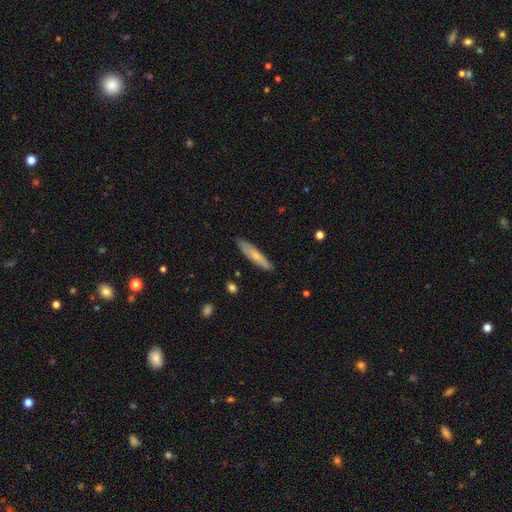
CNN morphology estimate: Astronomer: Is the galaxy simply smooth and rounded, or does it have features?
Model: smooth — 64%.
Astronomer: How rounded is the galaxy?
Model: cigar-shaped — 85%.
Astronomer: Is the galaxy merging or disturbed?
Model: none — 83%.